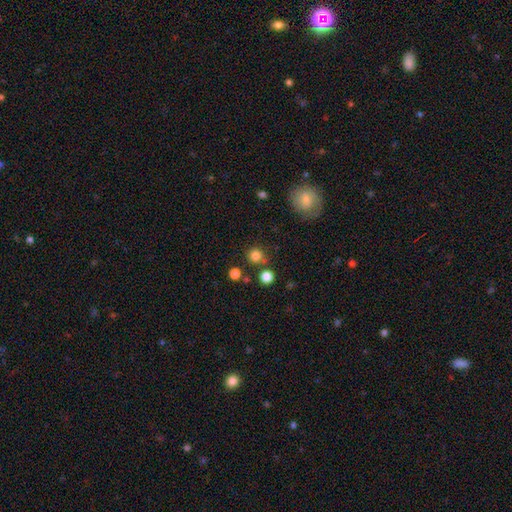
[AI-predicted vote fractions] smooth 81%, star or artifact 14%, featured or disk 5%. Down the decision tree: how rounded — round (92%); merging — none (76%).